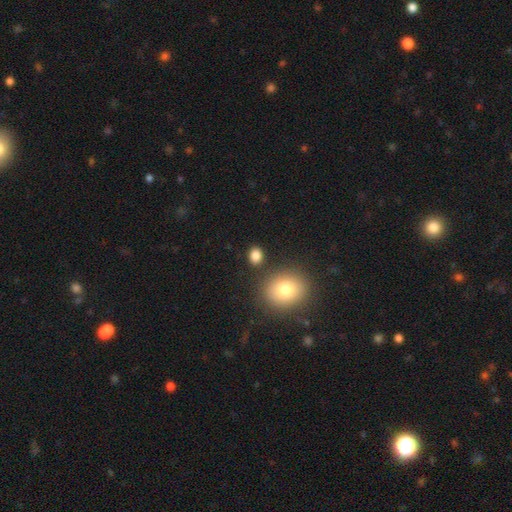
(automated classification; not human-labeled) Morphology: type=smooth (85%); roundness=round (51%); merging=none (82%).